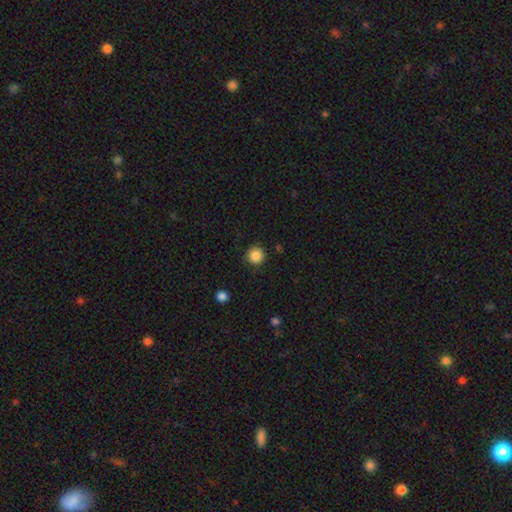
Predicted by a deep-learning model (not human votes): This is clearly a smooth galaxy (86%). How rounded: clearly round (95%). Merging: clearly none (88%).